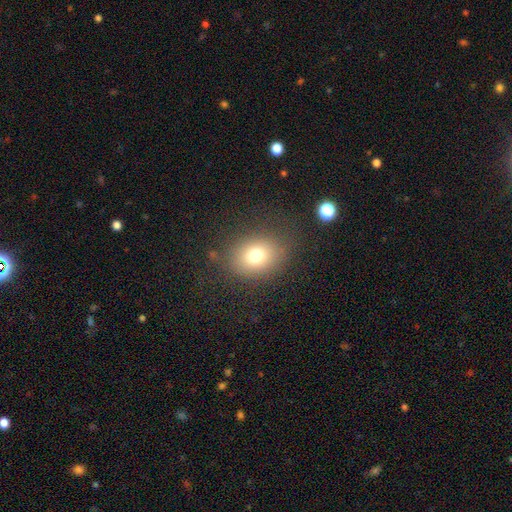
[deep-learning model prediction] smooth_or_featured: smooth (p=0.73) [alt: star or artifact p=0.15]
how_rounded: round (p=0.53) [alt: in between p=0.46]
merging: none (p=0.79) [alt: minor disturbance p=0.12]